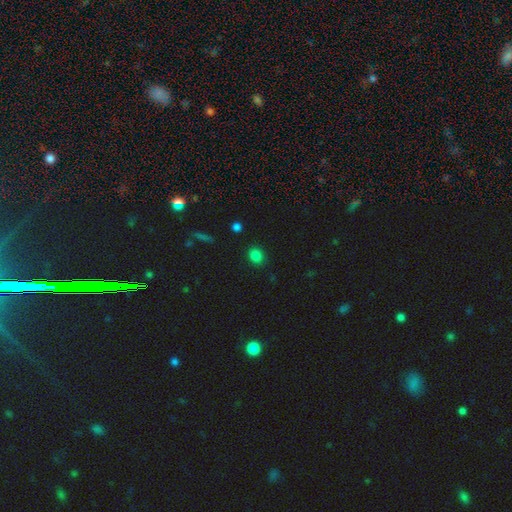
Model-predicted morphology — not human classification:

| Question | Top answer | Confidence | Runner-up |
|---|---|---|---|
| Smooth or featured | smooth | 83% | star or artifact (13%) |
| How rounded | round | 63% | in between (36%) |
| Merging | none | 88% | minor disturbance (8%) |